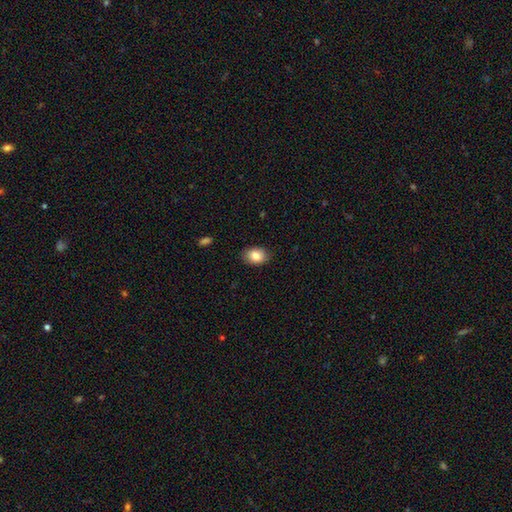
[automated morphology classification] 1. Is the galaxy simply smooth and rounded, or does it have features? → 85% smooth, 8% star or artifact, 7% featured or disk.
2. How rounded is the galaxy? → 74% in between, 25% round, 1% cigar-shaped.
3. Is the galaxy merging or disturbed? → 86% none, 11% minor disturbance, 2% major disturbance, 1% merger.